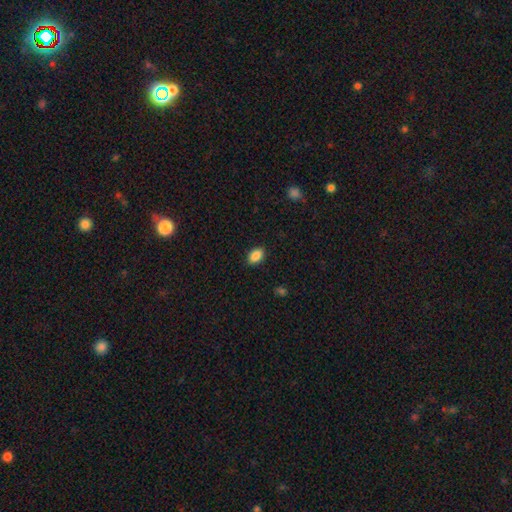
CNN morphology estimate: Overall: smooth (88%). How rounded: in between (89%). Merging: none (89%).